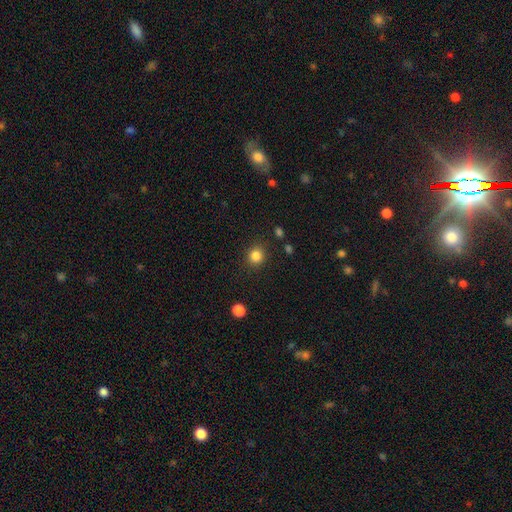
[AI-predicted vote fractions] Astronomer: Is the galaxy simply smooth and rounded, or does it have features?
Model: smooth — 85%.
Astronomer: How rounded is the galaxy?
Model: round — 86%.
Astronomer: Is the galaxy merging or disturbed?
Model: none — 88%.